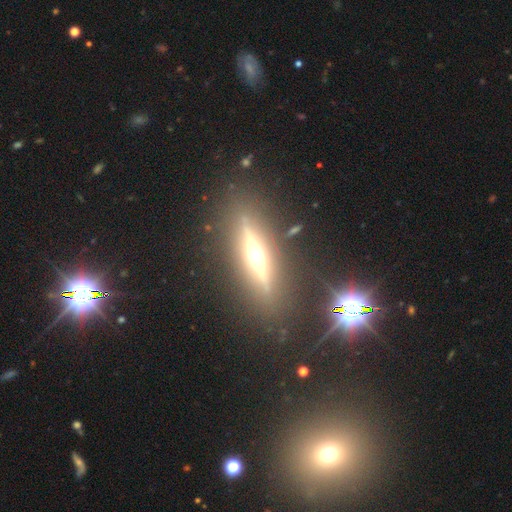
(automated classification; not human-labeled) Smooth or featured? Predicted: featured or disk (p=0.71). Edge-on disk? Predicted: yes (p=0.94). Edge-on bulge? Predicted: rounded (p=0.92). Merging? Predicted: none (p=0.86).